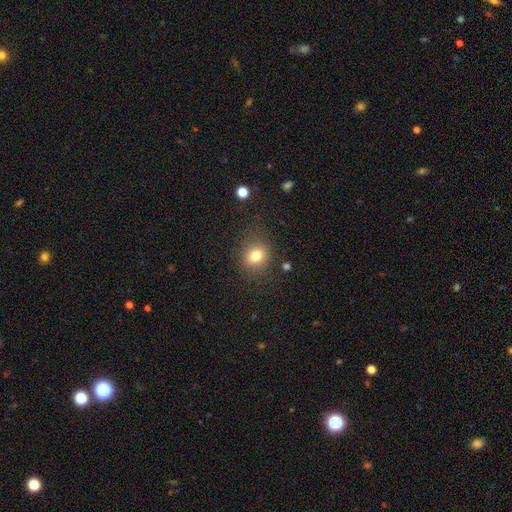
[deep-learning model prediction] Q: Smooth or featured?
A: smooth (78%); runner-up: star or artifact (13%)
Q: How rounded?
A: round (73%); runner-up: in between (27%)
Q: Merging?
A: none (82%); runner-up: minor disturbance (11%)